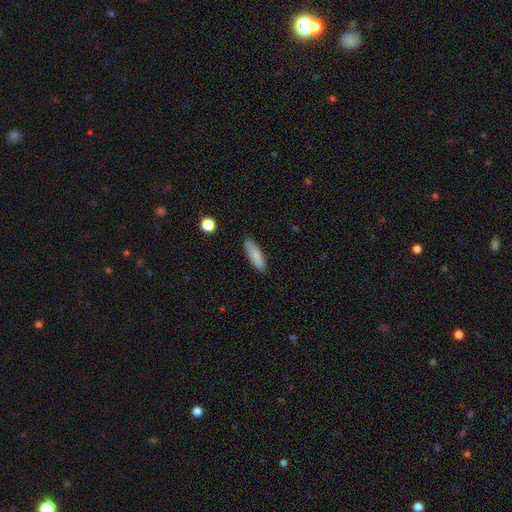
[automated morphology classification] smooth 84%, featured or disk 9%, star or artifact 6%. Down the decision tree: how rounded — cigar-shaped (55%); merging — none (87%).